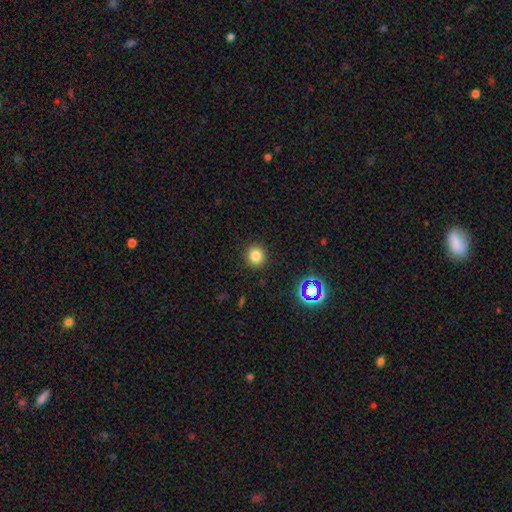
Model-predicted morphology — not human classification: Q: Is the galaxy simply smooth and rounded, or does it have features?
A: smooth — 79%.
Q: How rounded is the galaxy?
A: round — 90%.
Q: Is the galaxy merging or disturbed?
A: none — 91%.